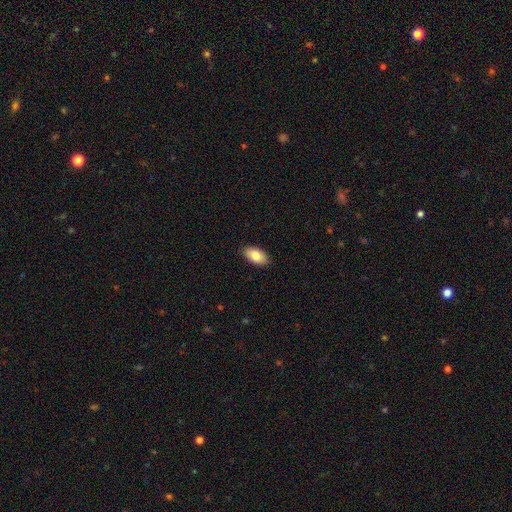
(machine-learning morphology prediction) Q: Smooth or featured?
A: smooth (84%); runner-up: featured or disk (10%)
Q: How rounded?
A: in between (94%); runner-up: round (3%)
Q: Merging?
A: none (89%); runner-up: minor disturbance (8%)